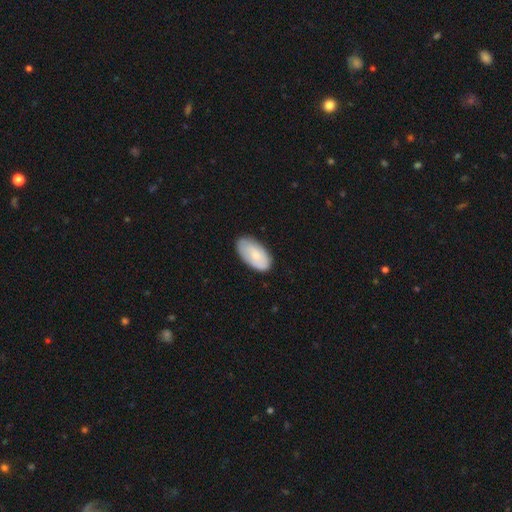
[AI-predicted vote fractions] Smooth or featured? Predicted: smooth (p=0.76). How rounded? Predicted: in between (p=0.95). Merging? Predicted: none (p=0.80).